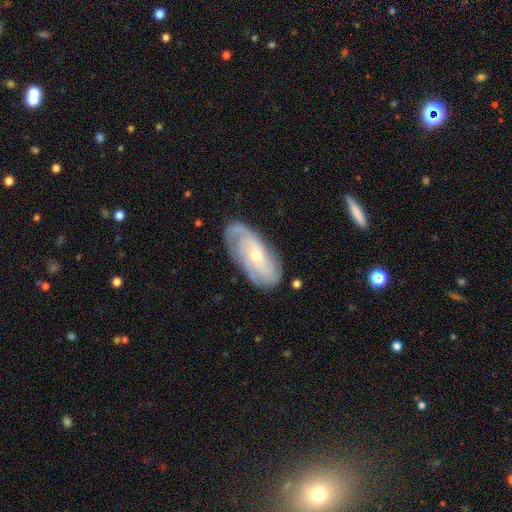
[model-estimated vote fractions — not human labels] Overall: featured or disk (75%). Edge-on disk: no (92%). Bar: no (68%). Spiral arms: yes (91%). Spiral arm count: can't tell (35%; 2 32%). Spiral winding: tight (46%; medium 36%). Bulge size: small (60%; moderate 37%). Merging: none (73%).